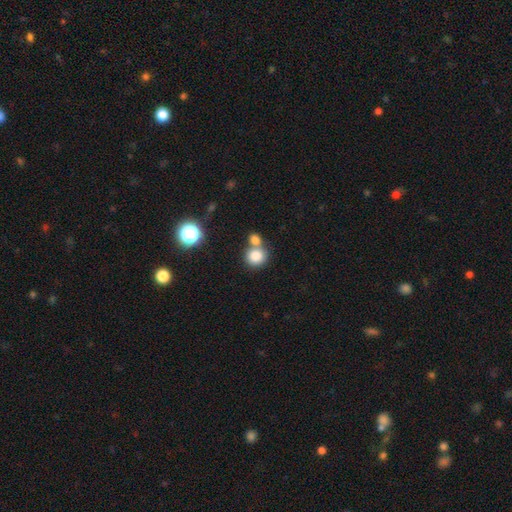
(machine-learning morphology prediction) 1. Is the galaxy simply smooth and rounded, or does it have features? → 82% smooth, 10% star or artifact, 7% featured or disk.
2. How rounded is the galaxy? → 85% round, 14% in between, 1% cigar-shaped.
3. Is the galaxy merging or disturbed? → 48% none, 42% merger, 8% minor disturbance, 3% major disturbance.